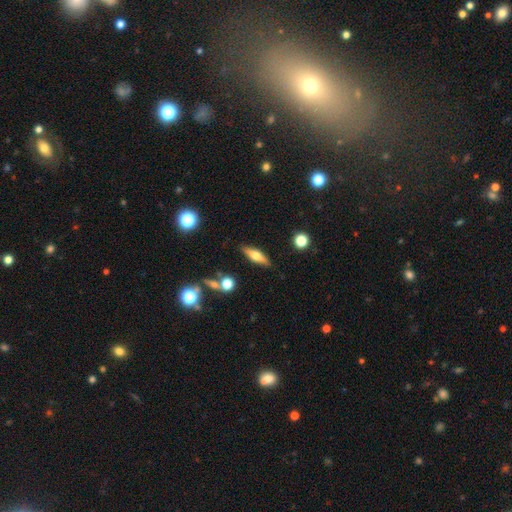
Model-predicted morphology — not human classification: Smooth or featured?
  - smooth: 49% *
  - featured or disk: 44%
  - star or artifact: 8%
Merging?
  - none: 85% *
  - minor disturbance: 9%
  - merger: 3%
  - major disturbance: 2%